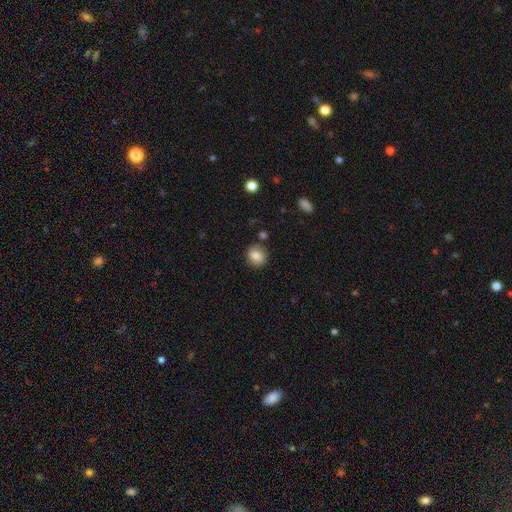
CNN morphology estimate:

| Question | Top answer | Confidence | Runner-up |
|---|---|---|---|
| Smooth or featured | smooth | 80% | featured or disk (11%) |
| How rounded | round | 76% | in between (23%) |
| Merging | none | 82% | minor disturbance (11%) |